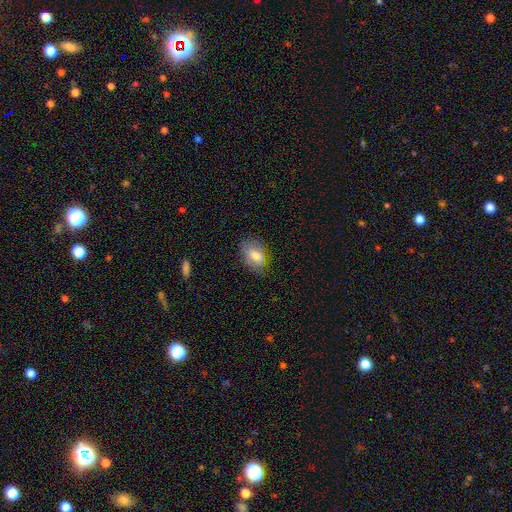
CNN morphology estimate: The model was most divided on "smooth or featured": smooth: 73%, featured or disk: 19%, star or artifact: 8%. More confident: how rounded — in between (86%); merging — none (75%).